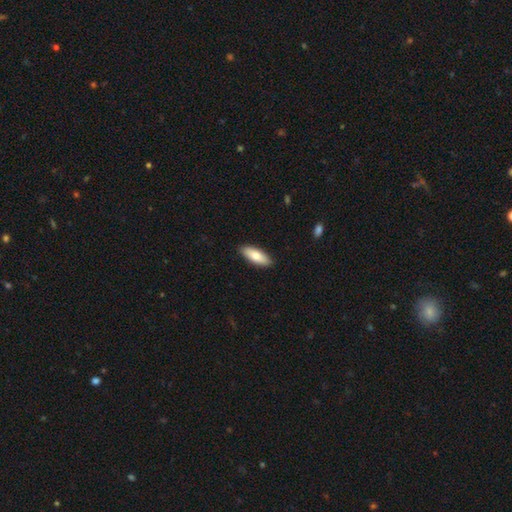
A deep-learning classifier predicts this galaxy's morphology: A smooth galaxy with no disk features (76%) that is in between round and cigar-shaped (69%).

Vote fractions:
- Smooth or featured? smooth: 76% / featured or disk: 19% / star or artifact: 5%
- How rounded? in between: 69% / cigar-shaped: 29% / round: 2%
- Merging? none: 89% / minor disturbance: 8% / major disturbance: 2% / merger: 1%